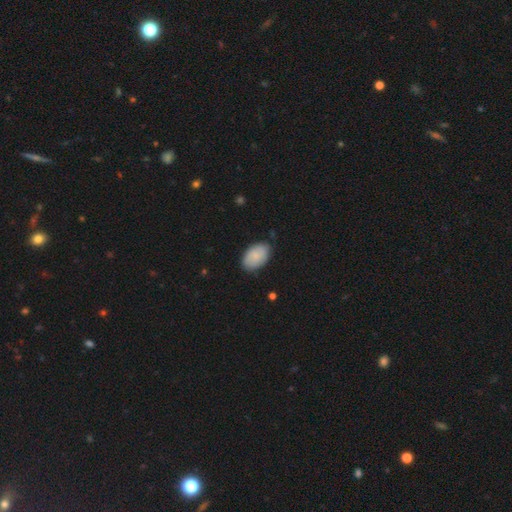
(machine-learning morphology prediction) smooth 85%, featured or disk 9%, star or artifact 6%. Down the decision tree: how rounded — in between (92%); merging — none (79%).